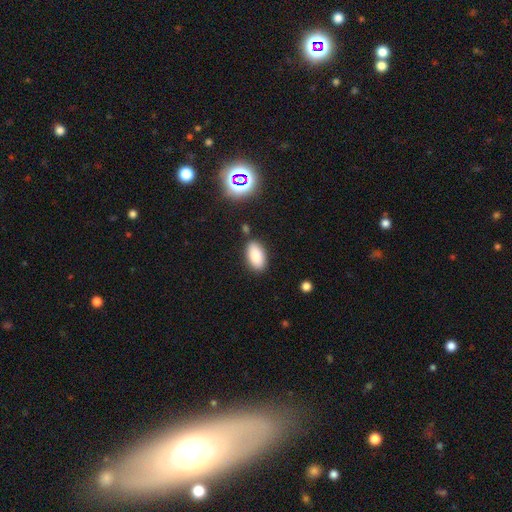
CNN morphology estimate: A smooth galaxy with no disk features (86%) that is in between round and cigar-shaped (93%). Merging: none (83%).